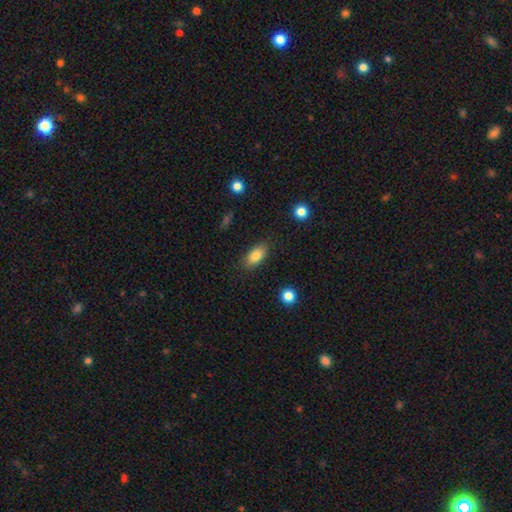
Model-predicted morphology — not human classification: Smooth or featured? Predicted: smooth (p=0.81). How rounded? Predicted: in between (p=0.89). Merging? Predicted: none (p=0.85).